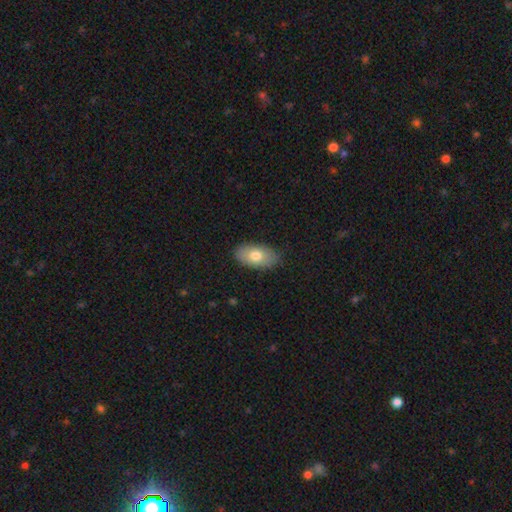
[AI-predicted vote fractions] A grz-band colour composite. It shows a smooth galaxy with no disk features (75%) that is in between round and cigar-shaped (93%). Merging: none (85%).